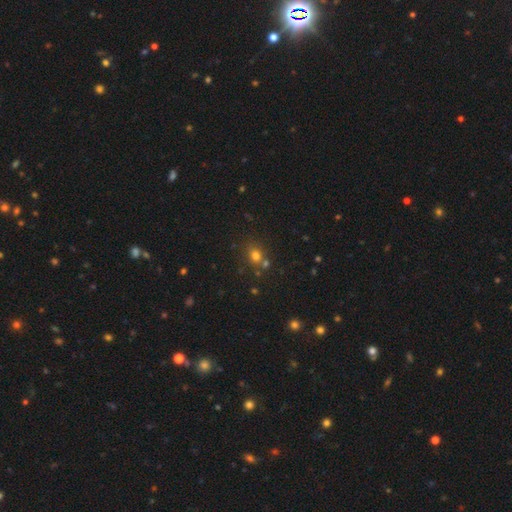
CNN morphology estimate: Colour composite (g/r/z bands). It shows a smooth galaxy with no disk features (72%) that is round (69%). Merging: none (63%).